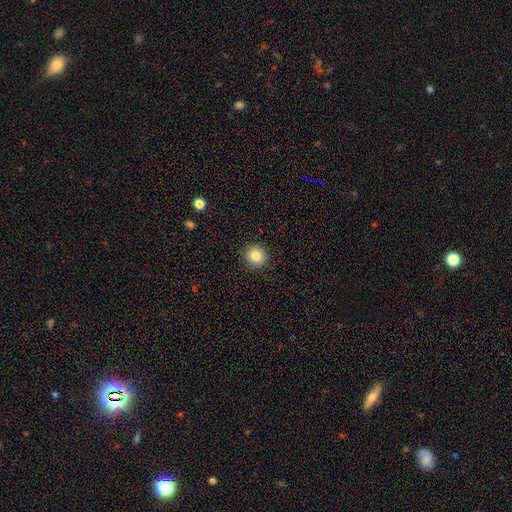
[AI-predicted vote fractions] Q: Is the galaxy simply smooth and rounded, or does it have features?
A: smooth — 84%.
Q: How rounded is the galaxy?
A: round — 94%.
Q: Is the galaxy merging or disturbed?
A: none — 92%.